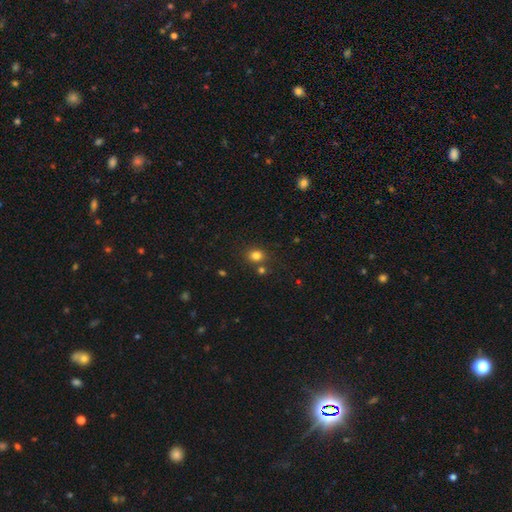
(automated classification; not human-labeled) Smooth or featured?
  - smooth: 80% *
  - star or artifact: 14%
  - featured or disk: 6%
How rounded?
  - round: 63% *
  - in between: 36%
  - cigar-shaped: 1%
Merging?
  - none: 74% *
  - merger: 13%
  - minor disturbance: 10%
  - major disturbance: 3%